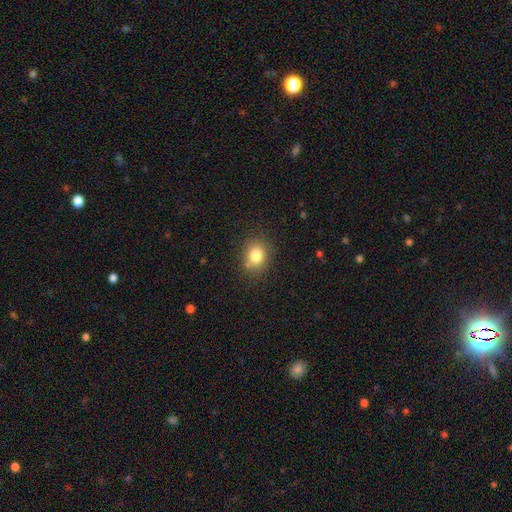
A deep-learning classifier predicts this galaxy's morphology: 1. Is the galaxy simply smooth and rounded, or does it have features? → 81% smooth, 11% star or artifact, 8% featured or disk.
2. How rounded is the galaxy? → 63% round, 36% in between, 1% cigar-shaped.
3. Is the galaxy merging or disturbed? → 79% none, 13% minor disturbance, 4% merger, 4% major disturbance.